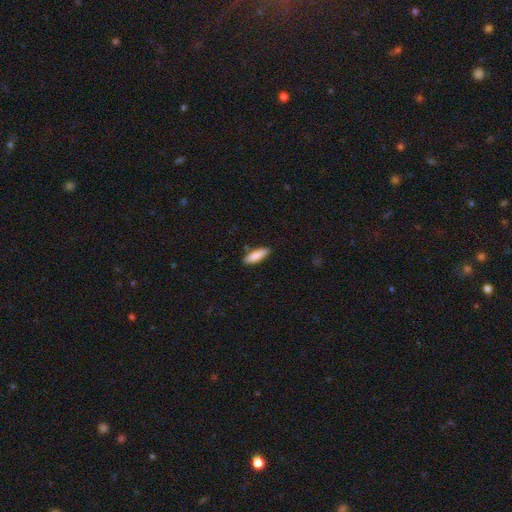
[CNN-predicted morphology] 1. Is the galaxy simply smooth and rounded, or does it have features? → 86% smooth, 8% featured or disk, 6% star or artifact.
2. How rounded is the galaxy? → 55% in between, 44% cigar-shaped, 2% round.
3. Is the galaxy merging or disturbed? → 83% none, 12% minor disturbance, 2% merger, 2% major disturbance.